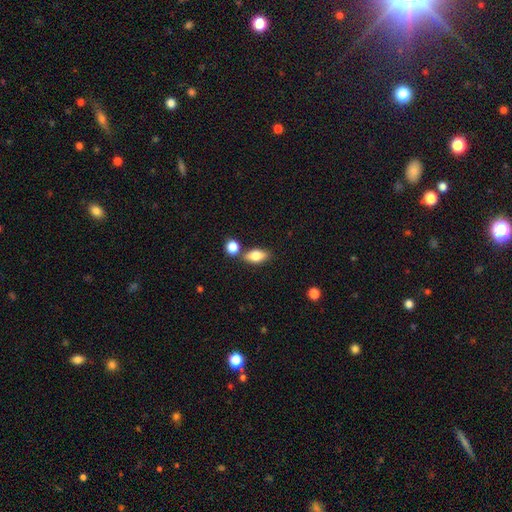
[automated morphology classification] smooth_or_featured: smooth (p=0.78) [alt: featured or disk p=0.14]
how_rounded: in between (p=0.84) [alt: cigar-shaped p=0.09]
merging: none (p=0.71) [alt: merger p=0.15]